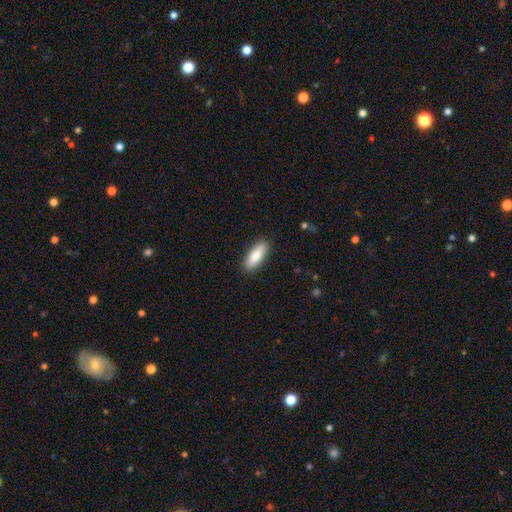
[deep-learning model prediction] Smooth or featured?
  - smooth: 81% *
  - featured or disk: 14%
  - star or artifact: 6%
How rounded?
  - in between: 63% *
  - cigar-shaped: 35%
  - round: 2%
Merging?
  - none: 89% *
  - minor disturbance: 8%
  - major disturbance: 2%
  - merger: 1%